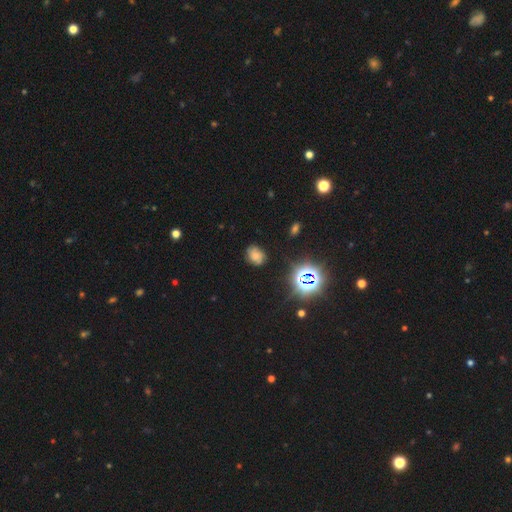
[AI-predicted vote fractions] This appears to be a smooth galaxy with no disk features (52%) that is in between round and cigar-shaped (59%). Merging: none (71%).